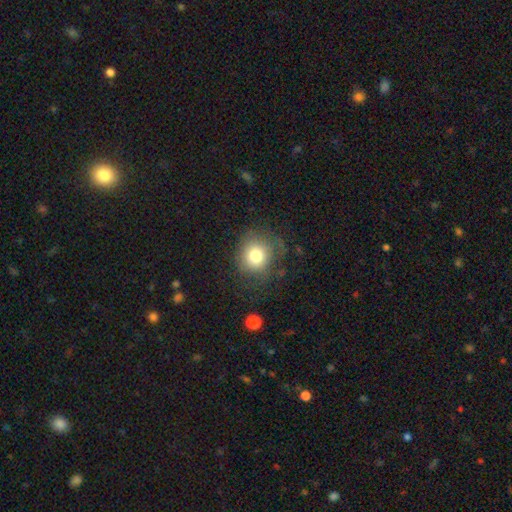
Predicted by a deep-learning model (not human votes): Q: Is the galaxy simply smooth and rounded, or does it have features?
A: smooth — 77%.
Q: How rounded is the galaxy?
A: round — 83%.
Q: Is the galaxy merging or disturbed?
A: none — 70%.